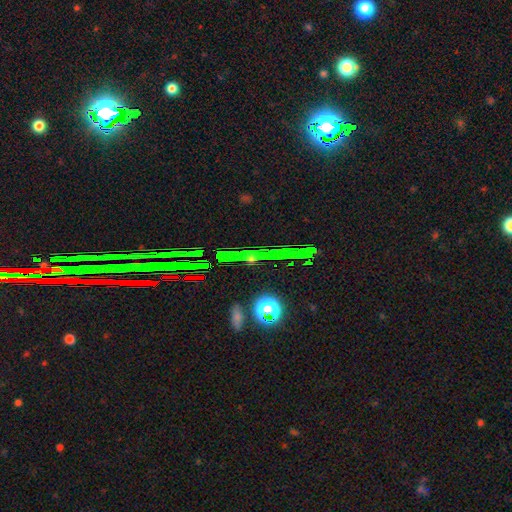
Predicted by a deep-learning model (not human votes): Smooth or featured? star or artifact (70%)